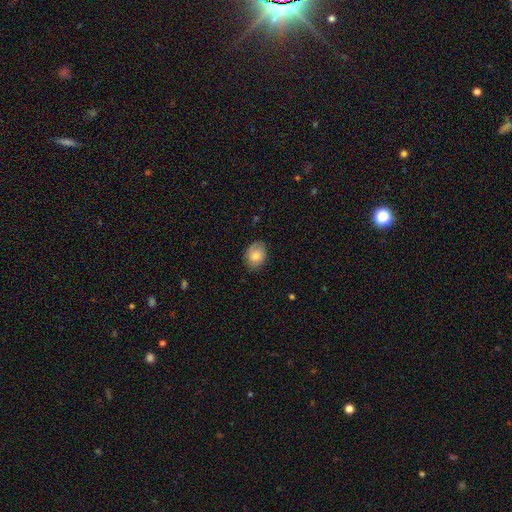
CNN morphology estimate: The model was most divided on "how rounded": in between: 62%, round: 37%, cigar-shaped: 1%. More confident: merging — none (77%); smooth or featured — smooth (73%).